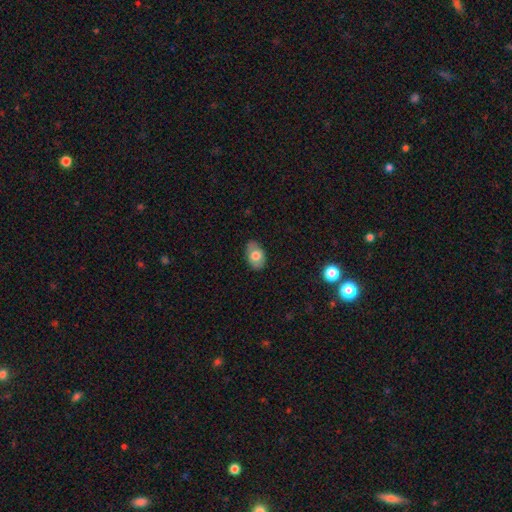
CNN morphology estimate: Q: Smooth or featured?
A: smooth (69%); runner-up: featured or disk (24%)
Q: How rounded?
A: in between (87%); runner-up: round (12%)
Q: Merging?
A: none (81%); runner-up: minor disturbance (15%)